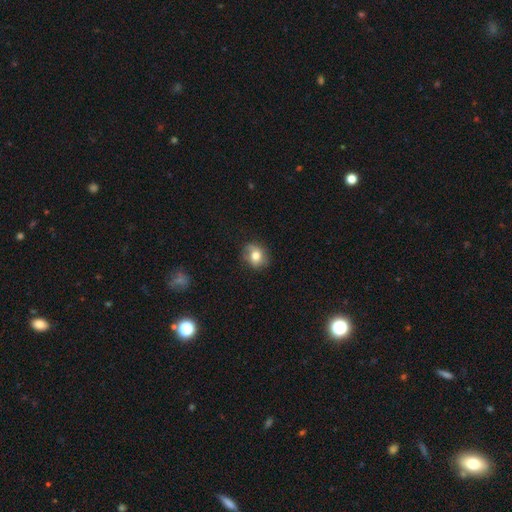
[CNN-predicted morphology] This is likely a smooth galaxy (69%). How rounded: likely round (64%). Merging: likely none (73%).